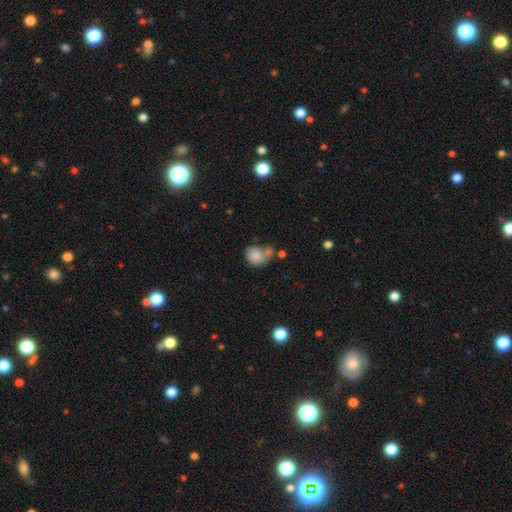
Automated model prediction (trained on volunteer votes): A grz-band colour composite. It shows a smooth galaxy with no disk features (81%) that is round (61%). Merging: none (33%, tied with merger).